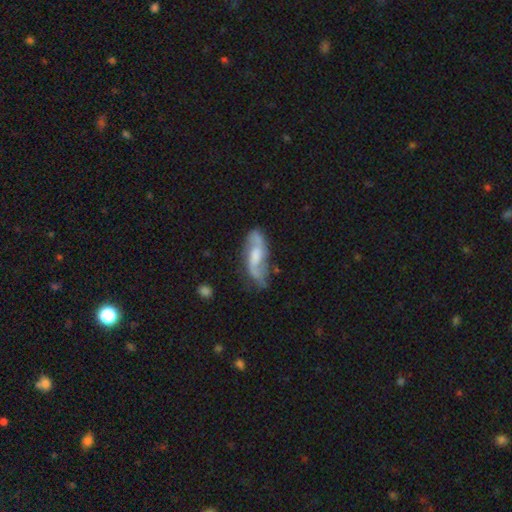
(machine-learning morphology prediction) smooth_or_featured: featured or disk (p=0.70) [alt: smooth p=0.24]
disk_edge_on: no (p=0.88) [alt: yes p=0.12]
bar: weak (p=0.46) [alt: no p=0.38]
has_spiral_arms: yes (p=0.89) [alt: no p=0.11]
spiral_winding: loose (p=0.49) [alt: medium p=0.38]
spiral_arm_count: 2 (p=0.85) [alt: can't tell p=0.09]
bulge_size: moderate (p=0.41) [alt: small p=0.21]
merging: none (p=0.61) [alt: minor disturbance p=0.25]